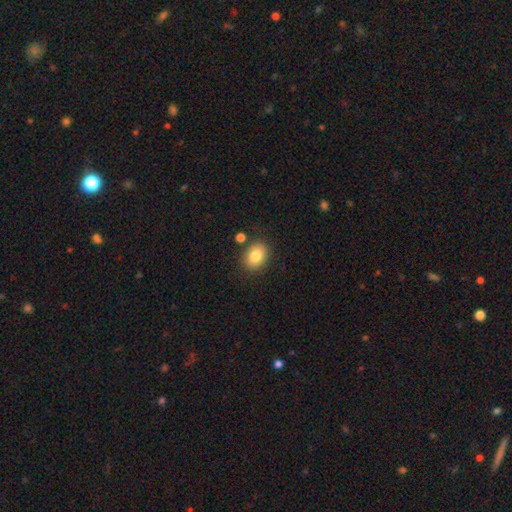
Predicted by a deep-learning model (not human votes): Smooth or featured: smooth — 83% (star or artifact — 9%)
How rounded: in between — 64% (round — 35%)
Merging: none — 81% (minor disturbance — 11%)